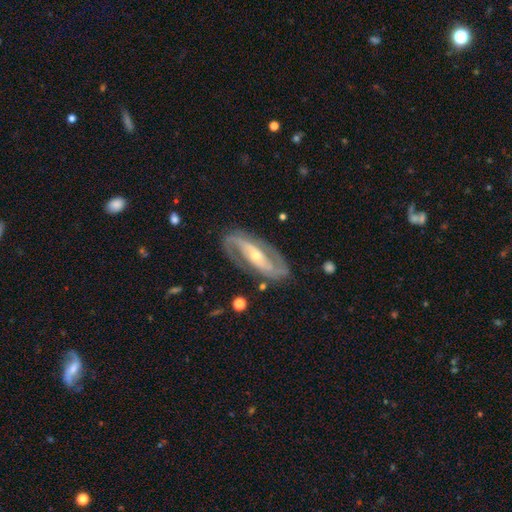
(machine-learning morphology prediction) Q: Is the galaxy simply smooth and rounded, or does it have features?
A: featured or disk — 89%.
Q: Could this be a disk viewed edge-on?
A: no — 93%.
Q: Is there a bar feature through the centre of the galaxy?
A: strong — 46%.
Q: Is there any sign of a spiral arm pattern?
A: yes — 96%.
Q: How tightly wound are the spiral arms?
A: medium — 47%.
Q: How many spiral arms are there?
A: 2 — 91%.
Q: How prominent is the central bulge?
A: small — 57%.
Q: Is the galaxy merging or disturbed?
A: none — 82%.